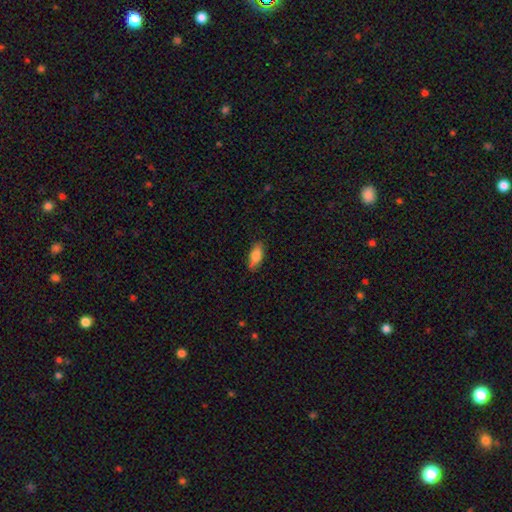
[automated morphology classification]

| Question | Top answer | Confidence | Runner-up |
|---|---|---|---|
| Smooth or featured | smooth | 76% | featured or disk (17%) |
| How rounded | in between | 75% | cigar-shaped (22%) |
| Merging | none | 81% | minor disturbance (15%) |